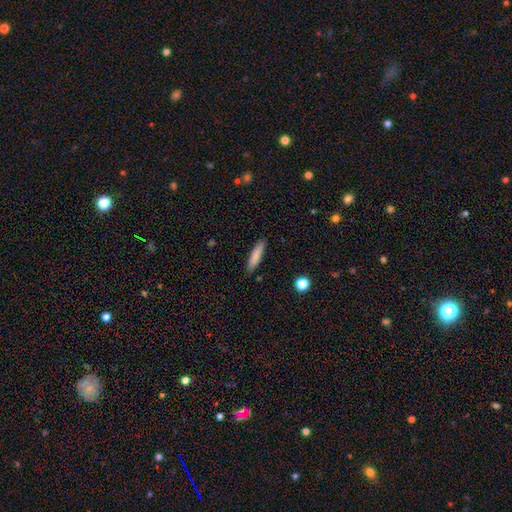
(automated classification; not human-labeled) Q: Smooth or featured?
A: smooth (81%); runner-up: featured or disk (12%)
Q: How rounded?
A: cigar-shaped (81%); runner-up: in between (17%)
Q: Merging?
A: none (87%); runner-up: minor disturbance (9%)